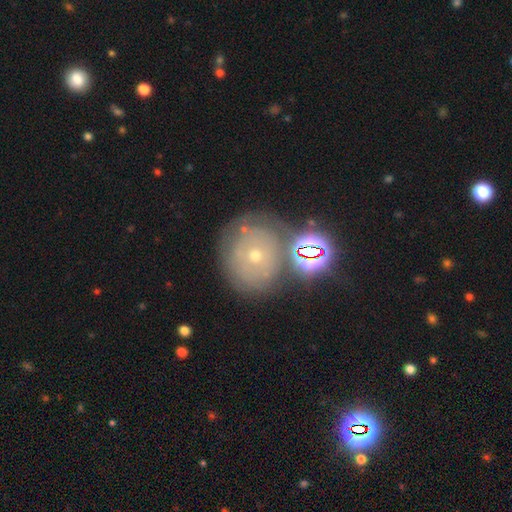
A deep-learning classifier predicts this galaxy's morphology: Q: Smooth or featured?
A: featured or disk (42%); runner-up: smooth (38%)
Q: Merging?
A: none (66%); runner-up: minor disturbance (16%)